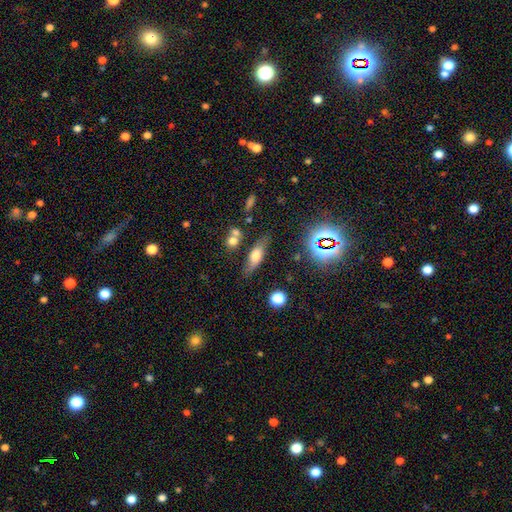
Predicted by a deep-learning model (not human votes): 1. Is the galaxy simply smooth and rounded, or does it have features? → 56% smooth, 33% featured or disk, 11% star or artifact.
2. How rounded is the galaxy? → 58% in between, 37% cigar-shaped, 5% round.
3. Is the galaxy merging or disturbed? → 71% none, 16% minor disturbance, 8% merger, 5% major disturbance.